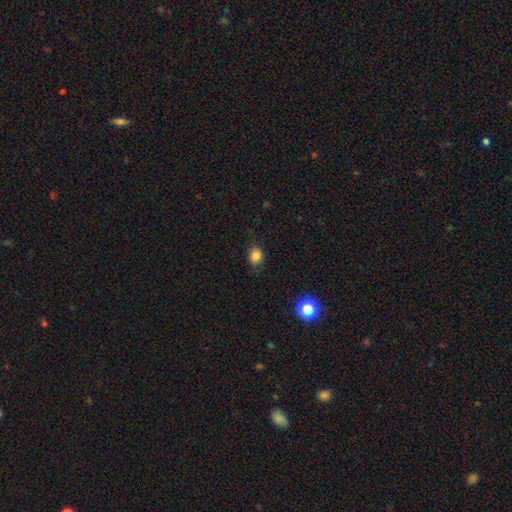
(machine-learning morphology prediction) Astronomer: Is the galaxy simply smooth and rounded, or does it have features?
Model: smooth — 83%.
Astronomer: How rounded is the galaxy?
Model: round — 57% (runner-up: in between, 42%).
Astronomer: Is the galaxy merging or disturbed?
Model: none — 81%.